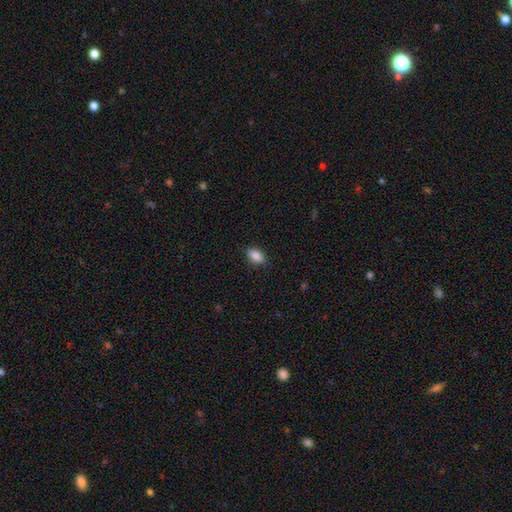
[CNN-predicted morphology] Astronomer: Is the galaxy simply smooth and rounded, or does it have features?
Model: smooth — 86%.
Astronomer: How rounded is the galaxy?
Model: in between — 86%.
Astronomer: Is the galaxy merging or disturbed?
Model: none — 83%.